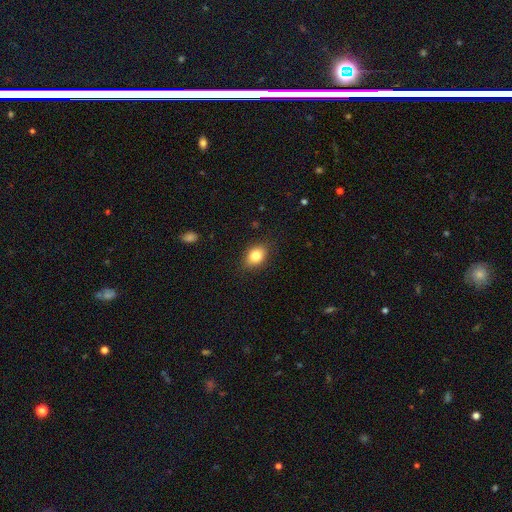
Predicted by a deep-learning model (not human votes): Smooth or featured? smooth (82%)
How rounded? in between (67%)
Merging? none (86%)